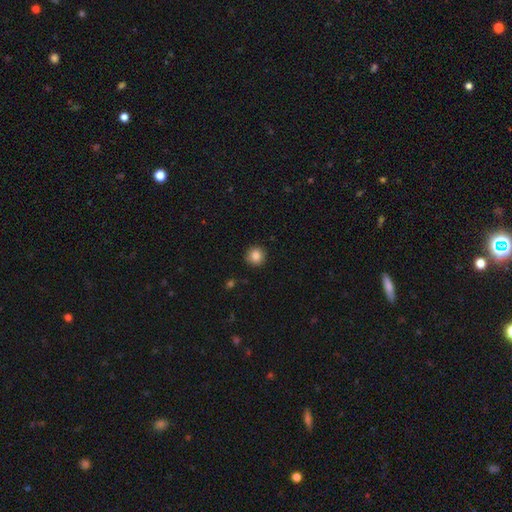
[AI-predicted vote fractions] smooth 85%, star or artifact 9%, featured or disk 5%. Down the decision tree: how rounded — round (94%); merging — none (91%).